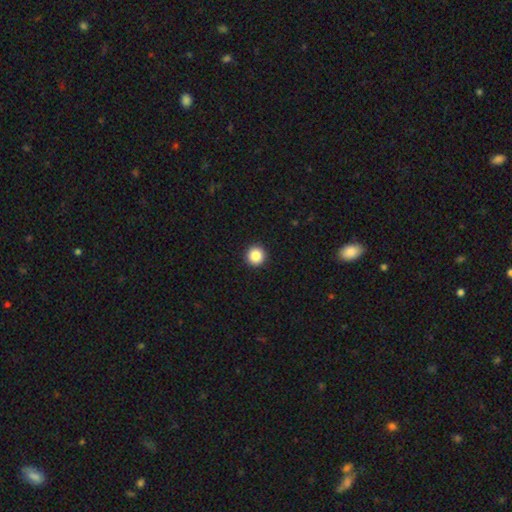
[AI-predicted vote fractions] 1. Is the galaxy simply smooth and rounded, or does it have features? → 87% smooth, 9% star or artifact, 4% featured or disk.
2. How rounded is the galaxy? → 96% round, 3% in between, 1% cigar-shaped.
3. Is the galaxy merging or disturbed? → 94% none, 4% minor disturbance, 1% major disturbance, 1% merger.